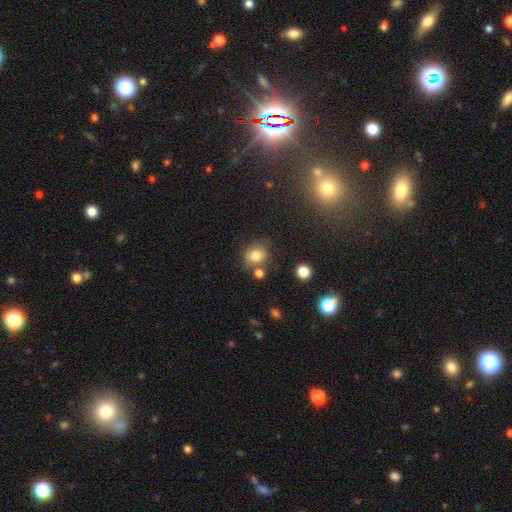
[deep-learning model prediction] smooth 77%, star or artifact 13%, featured or disk 10%. Down the decision tree: how rounded — round (59%); merging — none (64%).